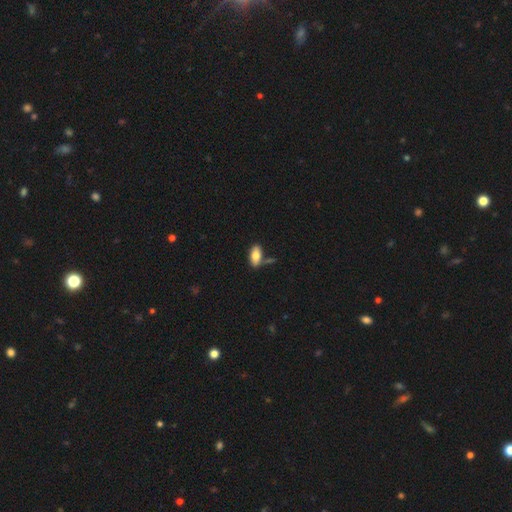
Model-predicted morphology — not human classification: type=smooth (77%); roundness=in between (89%); merging=none (69%).